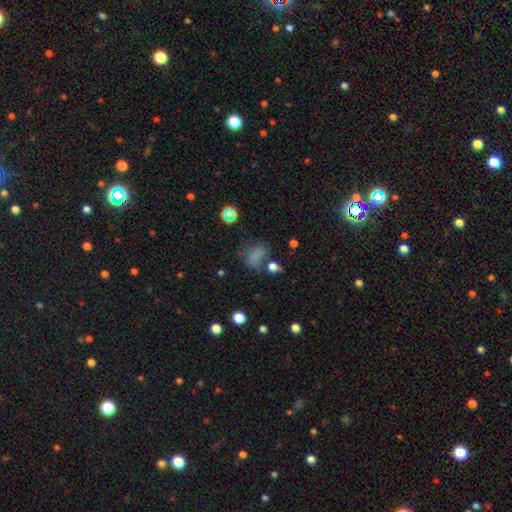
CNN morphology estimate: Smooth or featured?
  - smooth: 64% *
  - star or artifact: 22%
  - featured or disk: 14%
How rounded?
  - in between: 60% *
  - round: 38%
  - cigar-shaped: 2%
Merging?
  - none: 41% *
  - minor disturbance: 23%
  - major disturbance: 22%
  - merger: 14%